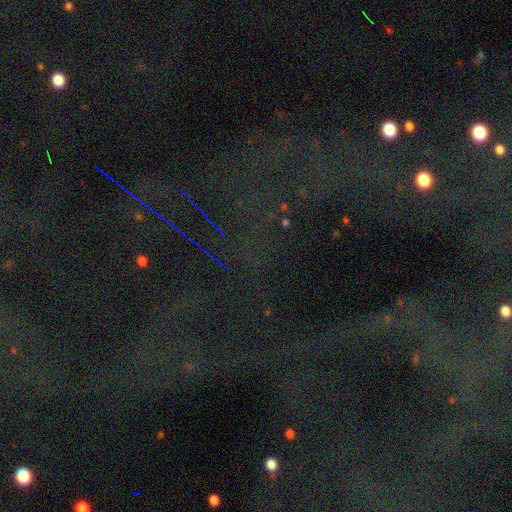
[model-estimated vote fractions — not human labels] Overall: star or artifact (79%).